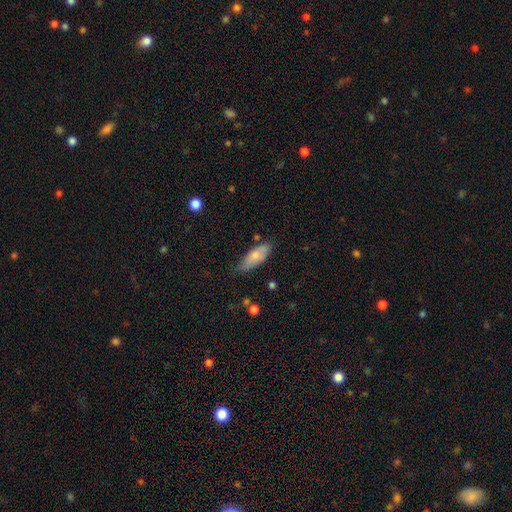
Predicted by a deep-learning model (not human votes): Smooth or featured? Predicted: smooth (p=0.72). How rounded? Predicted: in between (p=0.75). Merging? Predicted: none (p=0.64).